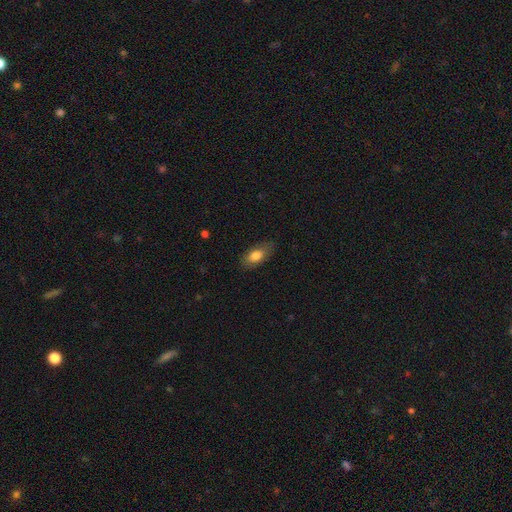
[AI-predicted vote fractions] A smooth galaxy with no disk features (79%) that is in between round and cigar-shaped (88%).

Vote fractions:
- Smooth or featured? smooth: 79% / featured or disk: 14% / star or artifact: 7%
- How rounded? in between: 88% / cigar-shaped: 7% / round: 5%
- Merging? none: 78% / minor disturbance: 16% / major disturbance: 4% / merger: 1%